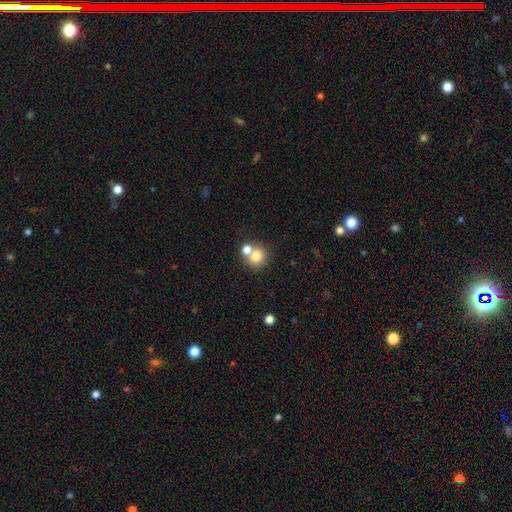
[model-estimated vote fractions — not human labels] smooth 75%, featured or disk 12%, star or artifact 12%. Down the decision tree: how rounded — round (89%); merging — none (55%).